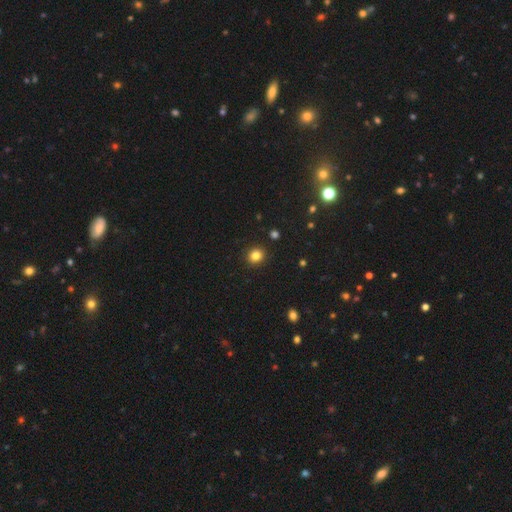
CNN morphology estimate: Q: Smooth or featured?
A: smooth (83%); runner-up: star or artifact (12%)
Q: How rounded?
A: round (83%); runner-up: in between (16%)
Q: Merging?
A: none (92%); runner-up: minor disturbance (5%)